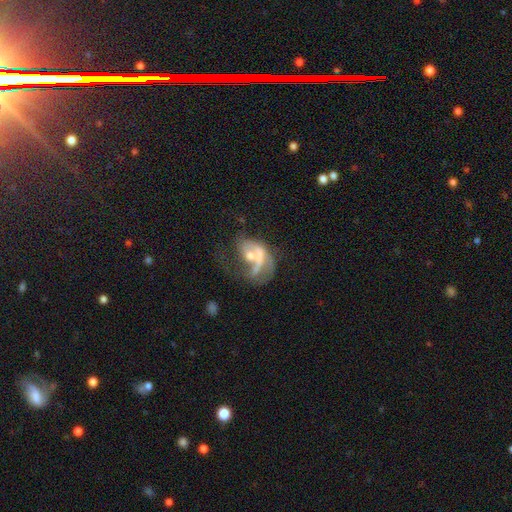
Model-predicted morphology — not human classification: This is possibly a featured or disk galaxy (59%). It is clearly not viewed edge-on (96%). Bar: likely no (65%). Spiral arm pattern: possibly no (60%). Central bulge: marginally moderate (41%). Merging: marginally major disturbance (38%).